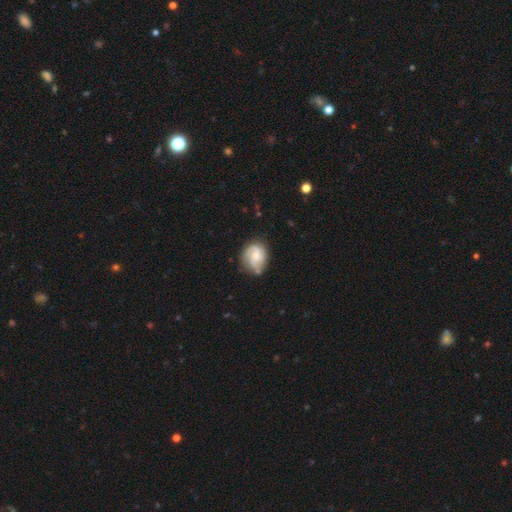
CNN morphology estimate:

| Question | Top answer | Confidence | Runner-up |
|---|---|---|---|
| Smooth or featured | featured or disk | 58% | smooth (35%) |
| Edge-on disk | no | 98% | yes (2%) |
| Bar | no | 61% | weak (34%) |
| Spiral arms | yes | 87% | no (13%) |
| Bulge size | small | 45% | moderate (41%) |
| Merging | none | 60% | minor disturbance (26%) |